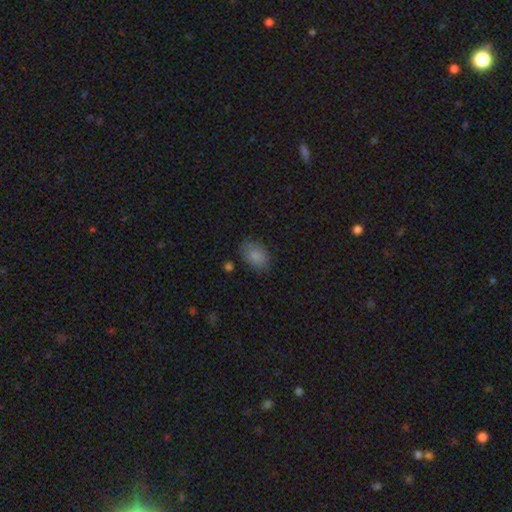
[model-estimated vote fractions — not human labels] smooth_or_featured: smooth (p=0.85) [alt: star or artifact p=0.09]
how_rounded: in between (p=0.85) [alt: round p=0.14]
merging: none (p=0.77) [alt: minor disturbance p=0.17]